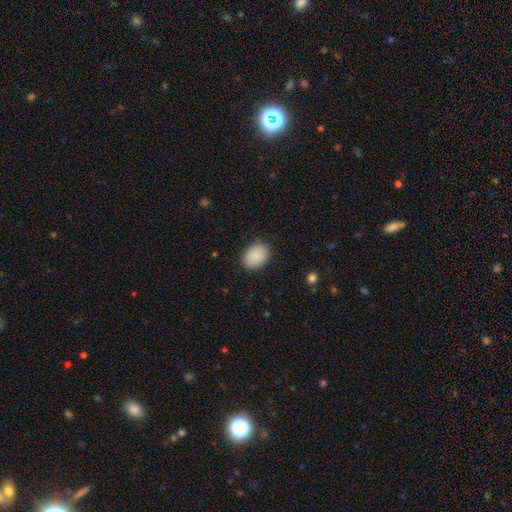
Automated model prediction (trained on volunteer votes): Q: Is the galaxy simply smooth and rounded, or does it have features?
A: smooth — 89%.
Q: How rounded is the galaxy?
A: in between — 73%.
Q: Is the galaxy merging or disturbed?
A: none — 87%.